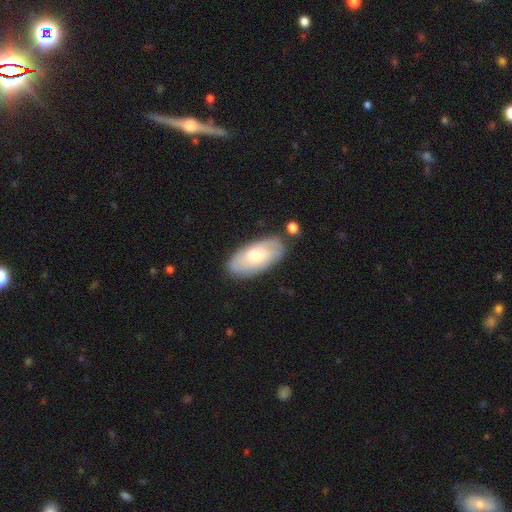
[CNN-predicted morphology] A smooth galaxy with no disk features (60%) that is in between round and cigar-shaped (92%). Merging: none (77%).